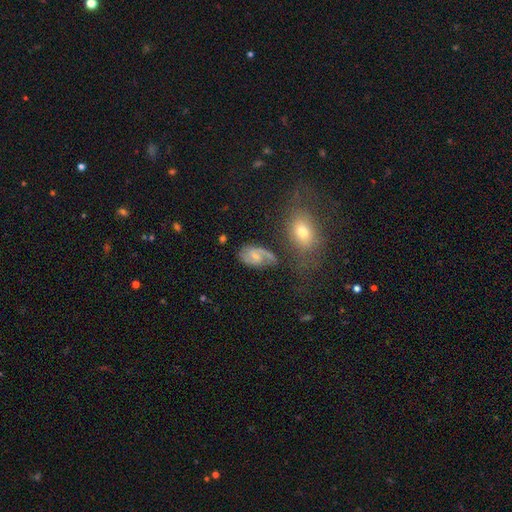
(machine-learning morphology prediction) This appears to be a featured or disk galaxy (69%) with a weak bar (47%), 2 (81%) medium (48%) spiral arms (90%) and a small central bulge (56%). Merging: none (56%).